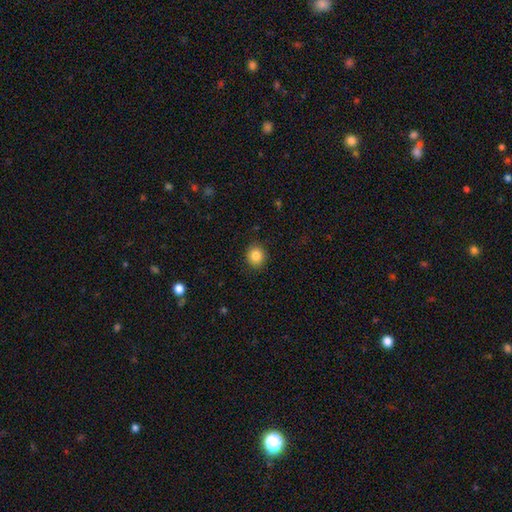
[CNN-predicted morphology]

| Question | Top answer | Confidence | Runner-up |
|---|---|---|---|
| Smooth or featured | smooth | 85% | star or artifact (10%) |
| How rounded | round | 80% | in between (20%) |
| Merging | none | 89% | minor disturbance (7%) |